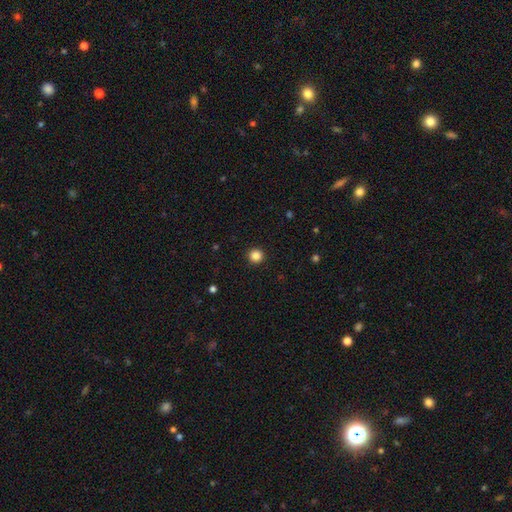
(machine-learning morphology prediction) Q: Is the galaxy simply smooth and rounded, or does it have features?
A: smooth — 86%.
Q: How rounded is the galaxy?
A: round — 95%.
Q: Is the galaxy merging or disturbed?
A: none — 93%.